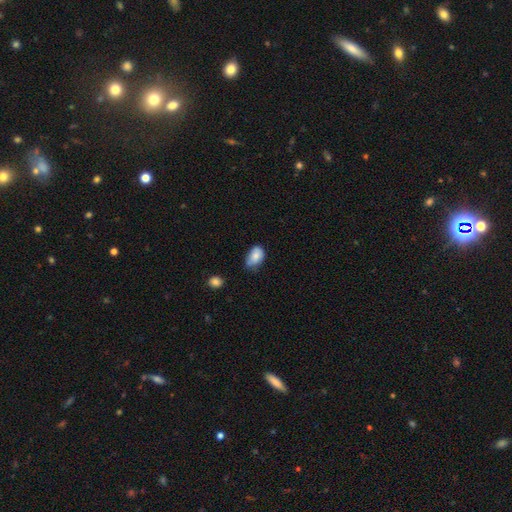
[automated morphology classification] Smooth or featured: smooth — 81% (featured or disk — 12%)
How rounded: in between — 88% (round — 10%)
Merging: none — 49% (minor disturbance — 40%)